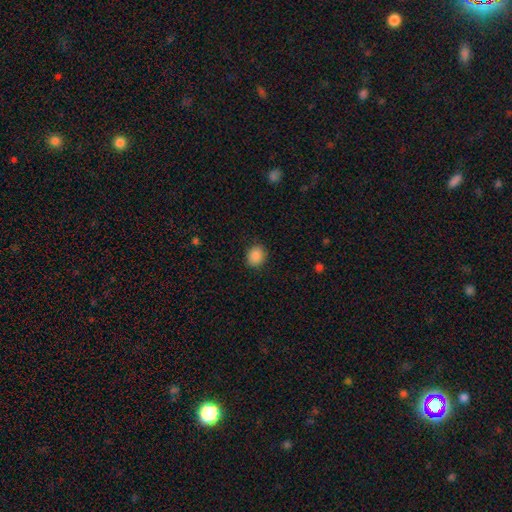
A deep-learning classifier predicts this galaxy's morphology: type=smooth (88%); roundness=round (68%); merging=none (87%).